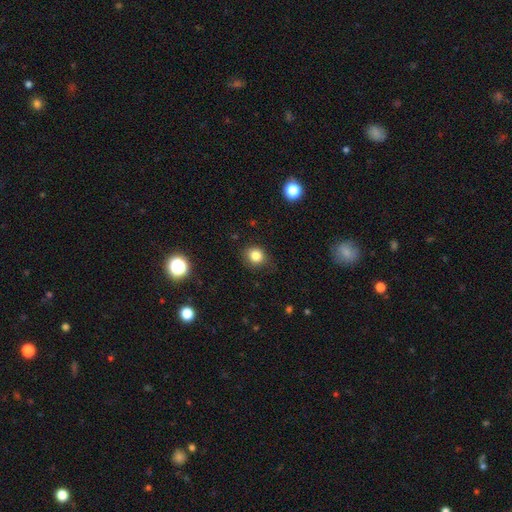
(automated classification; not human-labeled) smooth 82%, star or artifact 12%, featured or disk 6%. Down the decision tree: how rounded — round (78%); merging — none (80%).